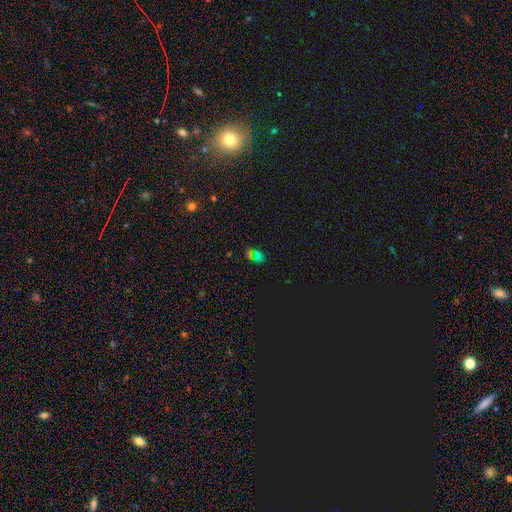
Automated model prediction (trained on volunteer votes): Smooth or featured?
  - smooth: 51% *
  - star or artifact: 39%
  - featured or disk: 10%
How rounded?
  - in between: 62% *
  - round: 35%
  - cigar-shaped: 3%
Merging?
  - none: 66% *
  - merger: 15%
  - minor disturbance: 13%
  - major disturbance: 6%